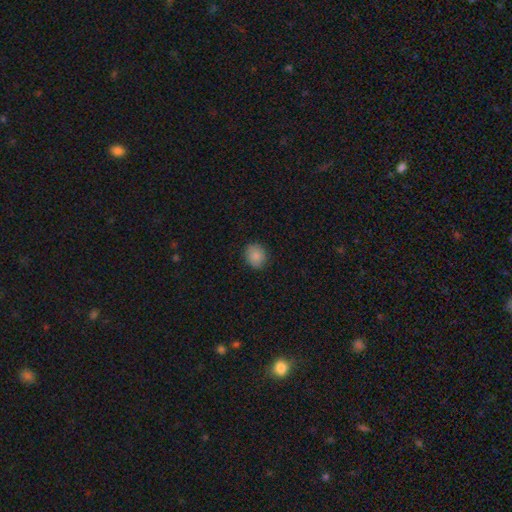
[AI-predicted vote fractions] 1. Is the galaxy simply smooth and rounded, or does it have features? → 87% smooth, 9% star or artifact, 4% featured or disk.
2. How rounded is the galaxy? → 72% round, 27% in between, 1% cigar-shaped.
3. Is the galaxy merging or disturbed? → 87% none, 9% minor disturbance, 2% major disturbance, 1% merger.